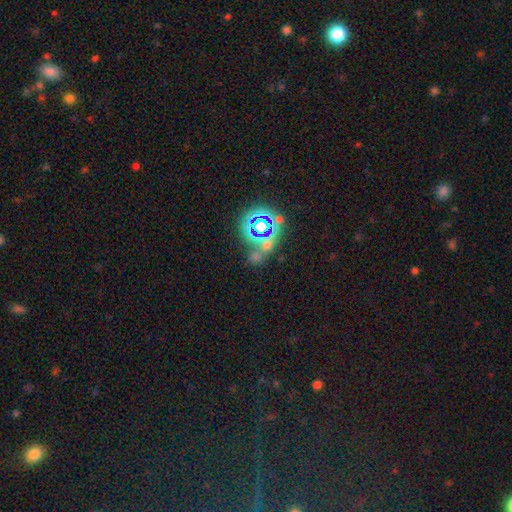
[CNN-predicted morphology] Smooth or featured? star or artifact (55%)